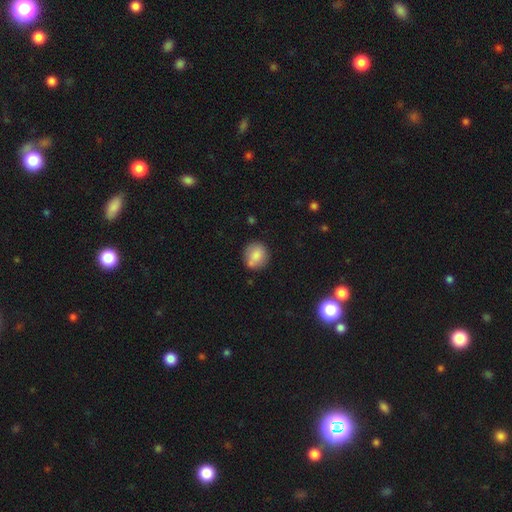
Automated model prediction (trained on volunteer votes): Q: Smooth or featured?
A: smooth (81%); runner-up: featured or disk (11%)
Q: How rounded?
A: round (81%); runner-up: in between (18%)
Q: Merging?
A: none (68%); runner-up: minor disturbance (18%)